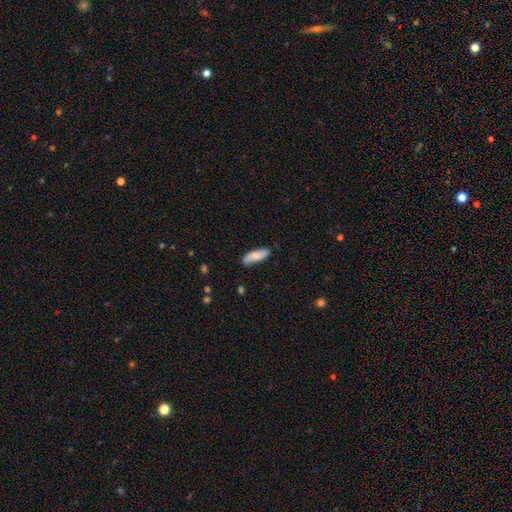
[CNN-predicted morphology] Q: Smooth or featured?
A: smooth (71%); runner-up: featured or disk (23%)
Q: How rounded?
A: in between (59%); runner-up: cigar-shaped (39%)
Q: Merging?
A: none (82%); runner-up: minor disturbance (14%)